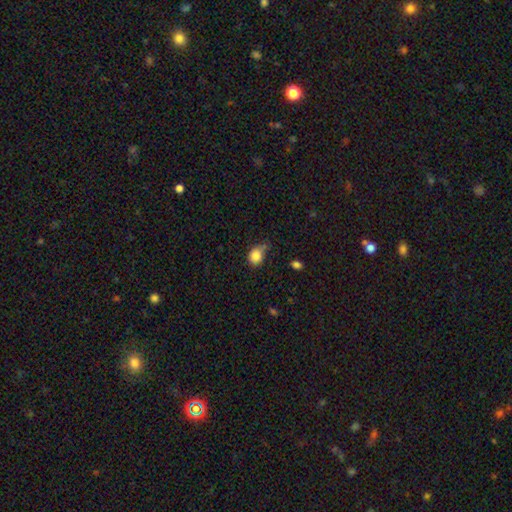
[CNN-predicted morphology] Smooth or featured? Predicted: smooth (p=0.84). How rounded? Predicted: round (p=0.64). Merging? Predicted: none (p=0.44).